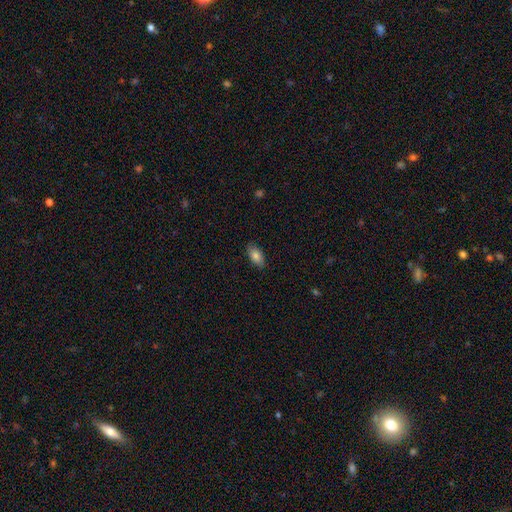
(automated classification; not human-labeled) This appears to be a smooth galaxy with no disk features (82%) that is in between round and cigar-shaped (91%). Merging: none (85%).